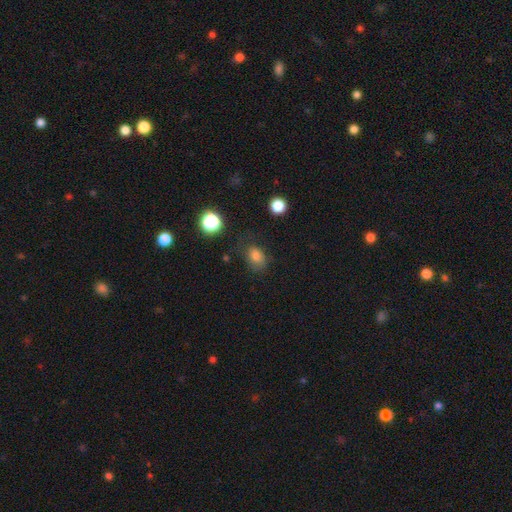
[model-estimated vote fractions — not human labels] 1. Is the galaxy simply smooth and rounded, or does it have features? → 79% smooth, 13% star or artifact, 8% featured or disk.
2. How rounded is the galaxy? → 67% in between, 32% round, 1% cigar-shaped.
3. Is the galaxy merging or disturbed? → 62% none, 25% minor disturbance, 11% major disturbance, 3% merger.